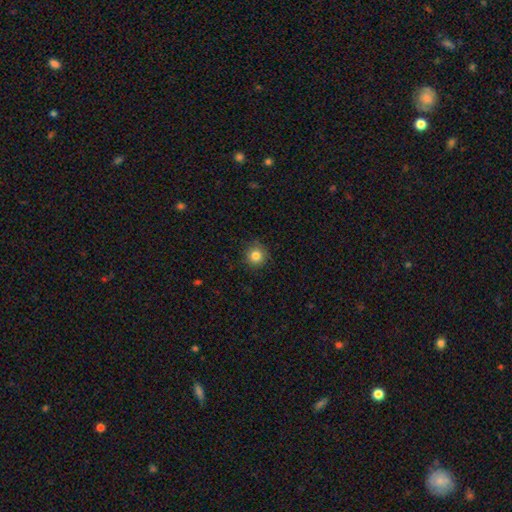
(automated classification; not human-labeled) The model was most divided on "smooth or featured": smooth: 83%, star or artifact: 11%, featured or disk: 6%. More confident: how rounded — round (94%); merging — none (87%).